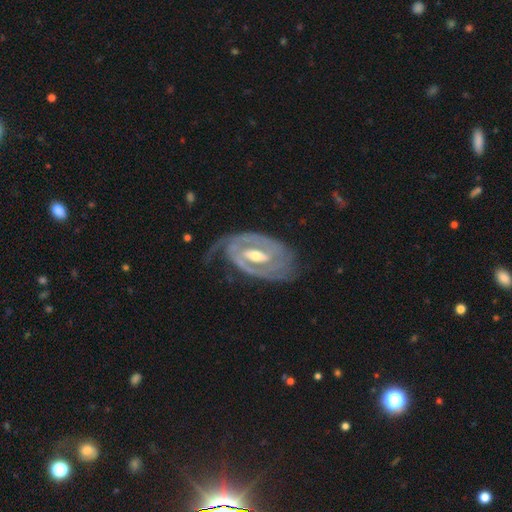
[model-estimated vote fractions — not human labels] A featured or disk galaxy (89%) with a strong bar (44%), 2 (67%) tight (62%) spiral arms (94%) and a moderate central bulge (68%). Merging: none (62%).